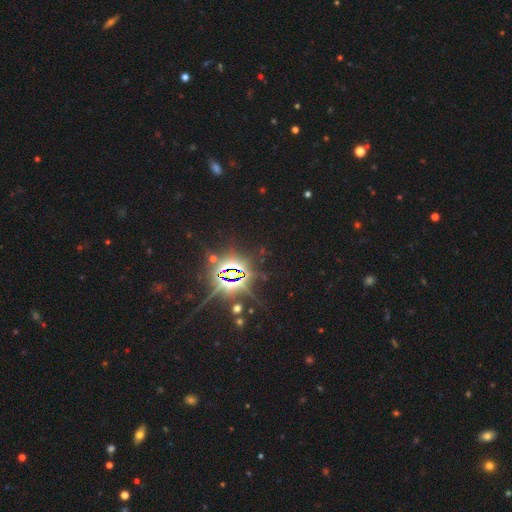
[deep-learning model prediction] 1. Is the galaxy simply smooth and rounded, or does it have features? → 87% star or artifact, 7% smooth, 6% featured or disk.